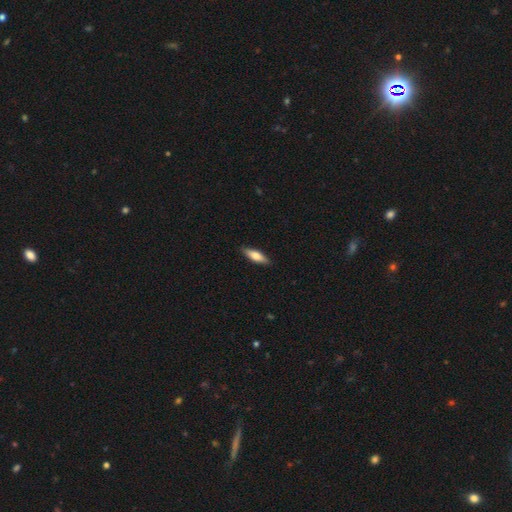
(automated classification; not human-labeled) Smooth or featured: smooth — 74% (featured or disk — 20%)
How rounded: in between — 49% (tied with cigar-shaped — 49%)
Merging: none — 87% (minor disturbance — 10%)